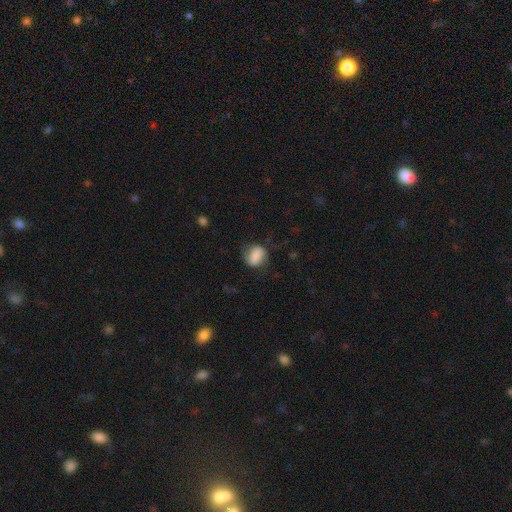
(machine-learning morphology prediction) Q: Smooth or featured?
A: smooth (67%); runner-up: featured or disk (24%)
Q: How rounded?
A: in between (55%); runner-up: round (43%)
Q: Merging?
A: none (58%); runner-up: minor disturbance (26%)